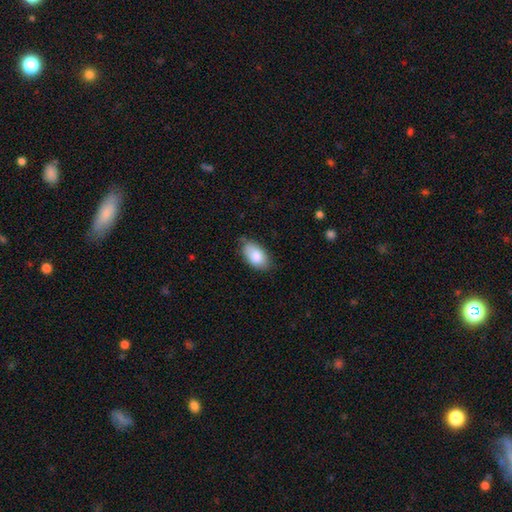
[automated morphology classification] The model was most divided on "merging": none: 68%, minor disturbance: 26%, major disturbance: 4%, merger: 1%. More confident: how rounded — in between (94%); smooth or featured — smooth (85%).